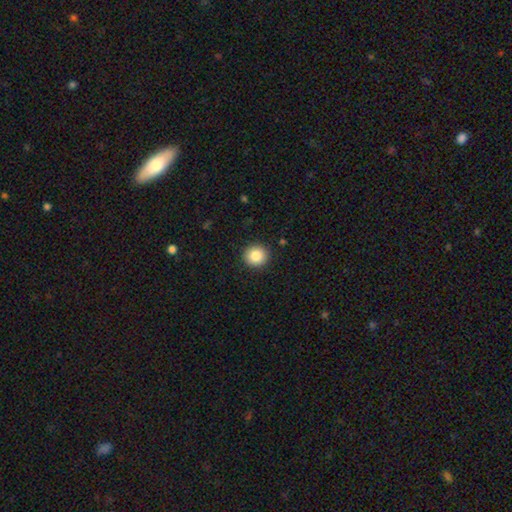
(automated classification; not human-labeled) smooth-or-featured: smooth: 86% | star or artifact: 9% | featured or disk: 5%
  how-rounded: round: 90% | in between: 9% | cigar-shaped: 1%
  merging: none: 92% | minor disturbance: 5% | major disturbance: 2% | merger: 1%